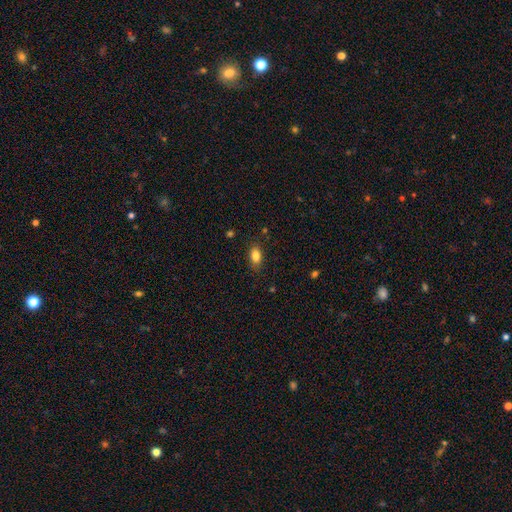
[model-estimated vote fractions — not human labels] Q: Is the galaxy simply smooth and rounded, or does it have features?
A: smooth — 85%.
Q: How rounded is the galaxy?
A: in between — 87%.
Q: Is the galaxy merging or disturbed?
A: none — 83%.